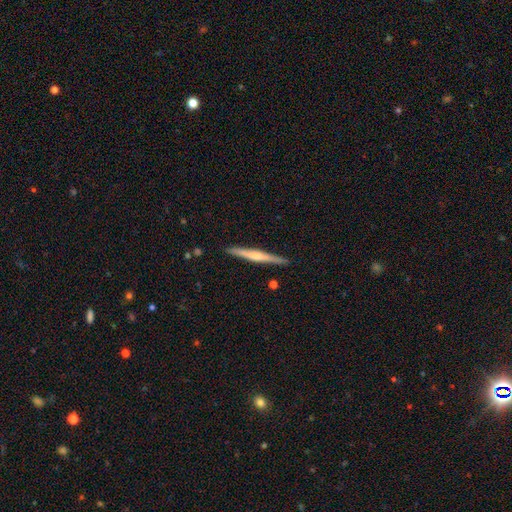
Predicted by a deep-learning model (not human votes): This is possibly a featured or disk galaxy (56%). It is clearly viewed edge-on (98%). Edge-on bulge: possibly rounded (47%). Merging: clearly none (90%).